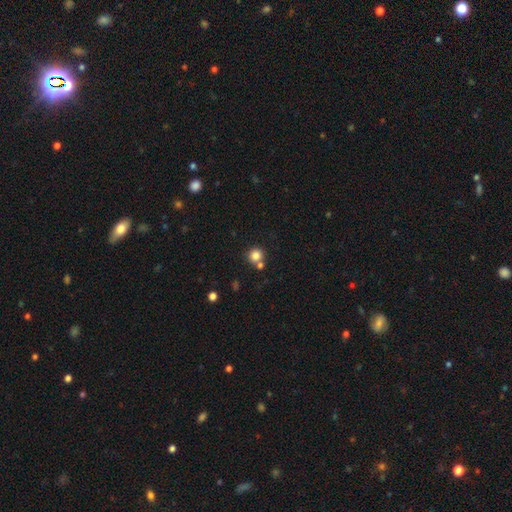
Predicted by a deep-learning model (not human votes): Smooth or featured? smooth (82%)
How rounded? round (91%)
Merging? none (67%)